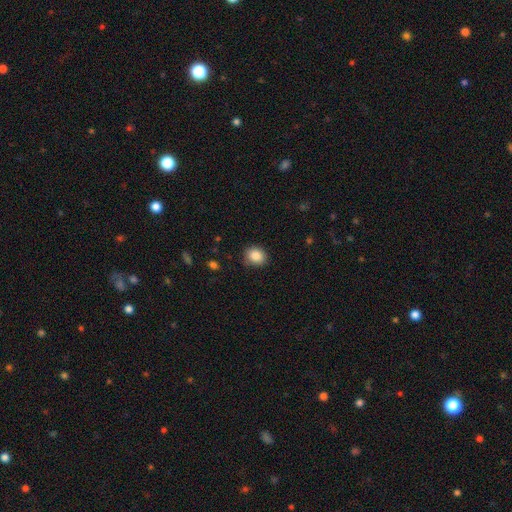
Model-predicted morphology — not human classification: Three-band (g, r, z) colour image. It shows a smooth galaxy with no disk features (86%) that is round (67%). Merging: none (83%).